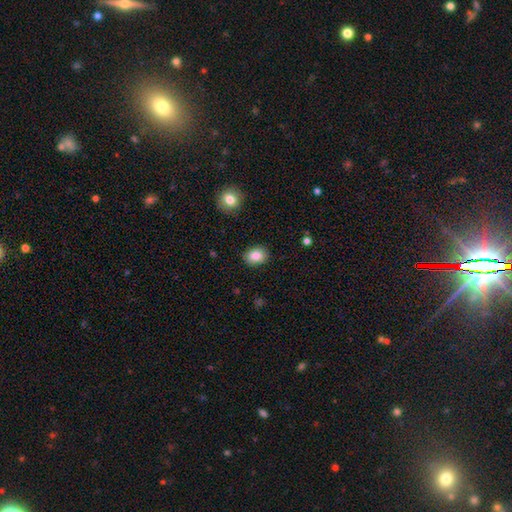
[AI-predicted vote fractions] Smooth or featured: smooth — 86% (star or artifact — 8%)
How rounded: in between — 62% (round — 37%)
Merging: none — 87% (minor disturbance — 10%)